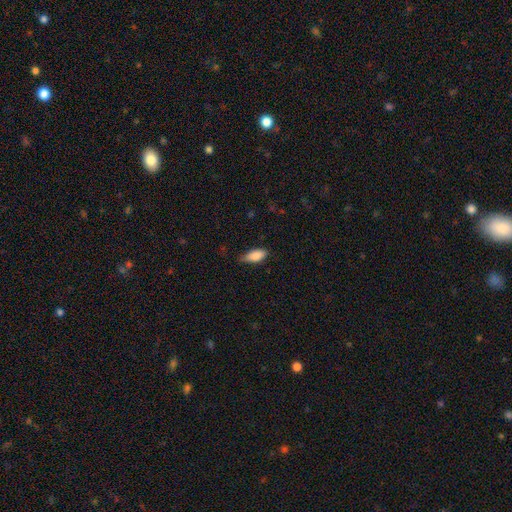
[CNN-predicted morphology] Smooth or featured?
  - smooth: 86% *
  - featured or disk: 7%
  - star or artifact: 7%
How rounded?
  - in between: 87% *
  - cigar-shaped: 10%
  - round: 2%
Merging?
  - none: 66% *
  - minor disturbance: 28%
  - major disturbance: 5%
  - merger: 1%